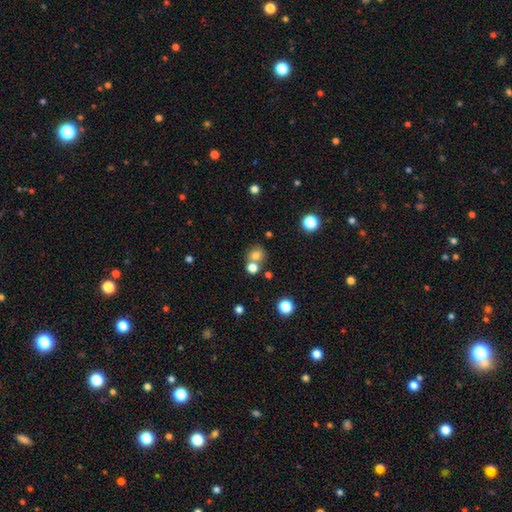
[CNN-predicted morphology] This appears to be a smooth galaxy with no disk features (74%) that is round (80%). Merging: none (54%).